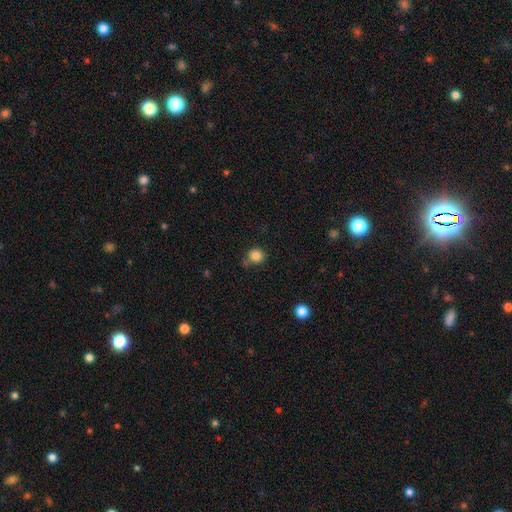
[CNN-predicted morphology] The model was most divided on "merging": none: 69%, minor disturbance: 16%, merger: 11%, major disturbance: 5%. More confident: how rounded — round (87%); smooth or featured — smooth (84%).